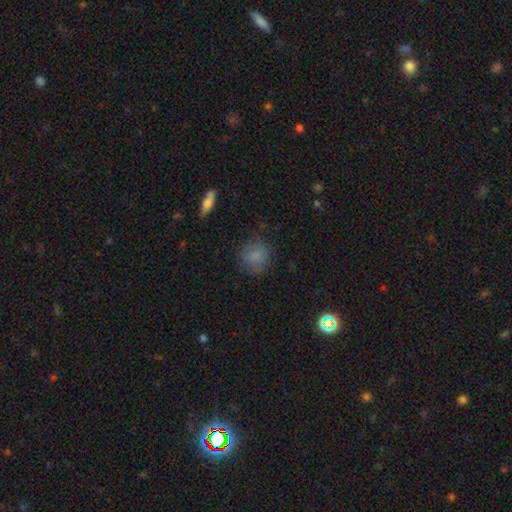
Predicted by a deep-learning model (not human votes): smooth 79%, star or artifact 11%, featured or disk 10%. Down the decision tree: how rounded — round (83%); merging — none (75%).